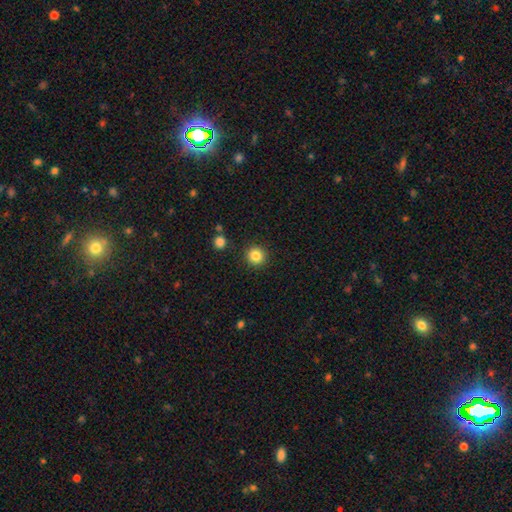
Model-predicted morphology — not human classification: A smooth galaxy with no disk features (85%) that is round (94%). Merging: none (91%).